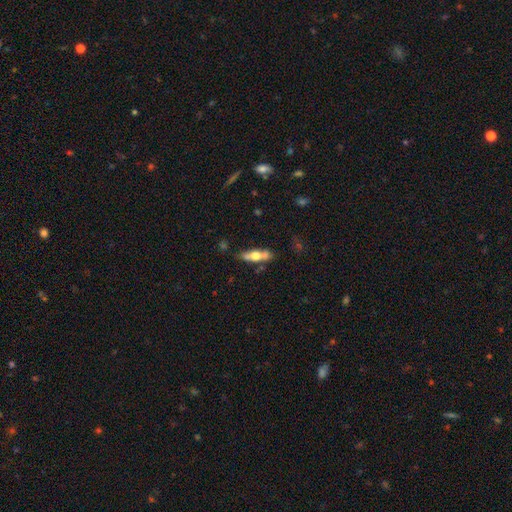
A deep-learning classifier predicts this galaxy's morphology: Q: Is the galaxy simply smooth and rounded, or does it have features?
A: smooth — 47%.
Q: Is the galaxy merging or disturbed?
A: none — 65%.